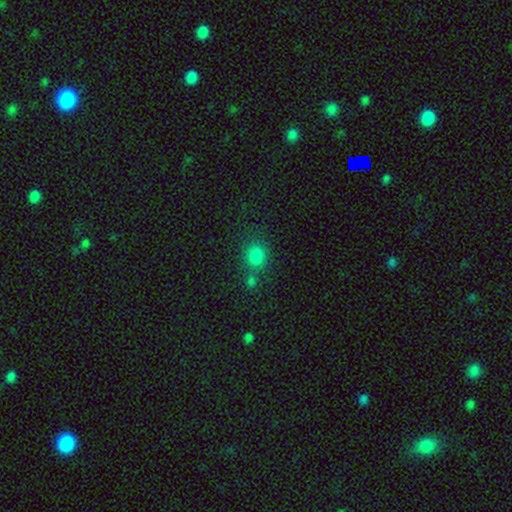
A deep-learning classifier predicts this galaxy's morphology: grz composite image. It shows a smooth galaxy with no disk features (81%) that is round (75%). Merging: none (65%).